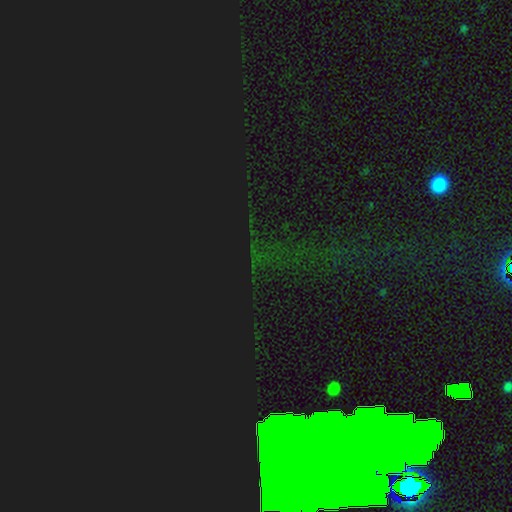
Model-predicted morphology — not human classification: A star or artifact, not a galaxy (84%).

Vote fractions:
- Smooth or featured? star or artifact: 84% / smooth: 10% / featured or disk: 6%